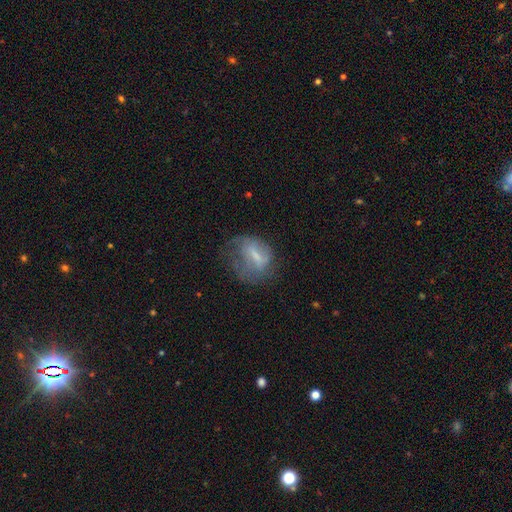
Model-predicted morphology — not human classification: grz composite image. It shows a featured or disk galaxy (47%). Merging: none (37%).